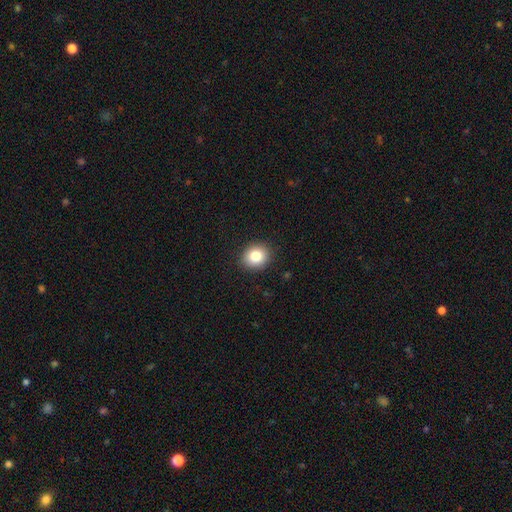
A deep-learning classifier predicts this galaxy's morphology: Smooth or featured? smooth (83%)
How rounded? round (72%)
Merging? none (90%)